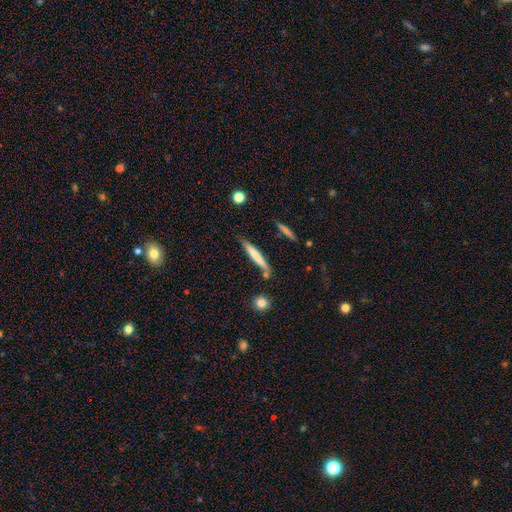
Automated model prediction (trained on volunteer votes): Smooth or featured?
  - smooth: 67% *
  - featured or disk: 27%
  - star or artifact: 6%
How rounded?
  - cigar-shaped: 94% *
  - in between: 5%
  - round: 1%
Merging?
  - none: 77% *
  - minor disturbance: 14%
  - merger: 6%
  - major disturbance: 3%